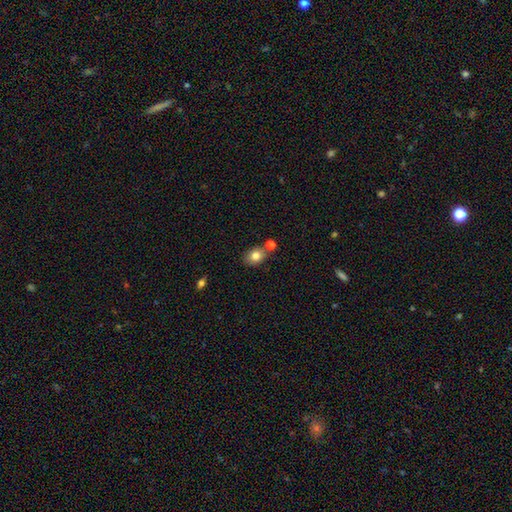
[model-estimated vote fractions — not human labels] smooth 81%, star or artifact 9%, featured or disk 9%. Down the decision tree: how rounded — in between (57%); merging — none (65%).